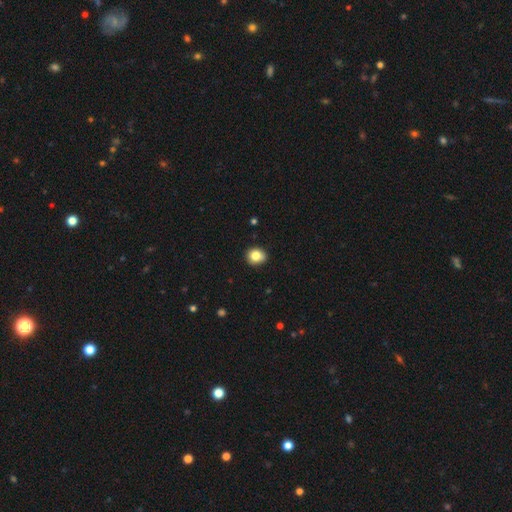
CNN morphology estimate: Smooth or featured? smooth (83%)
How rounded? round (74%)
Merging? none (85%)